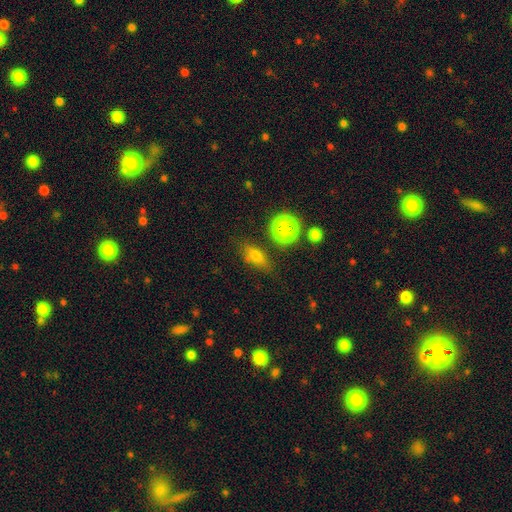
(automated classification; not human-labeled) Smooth or featured? Predicted: smooth (p=0.68). How rounded? Predicted: in between (p=0.68). Merging? Predicted: none (p=0.77).